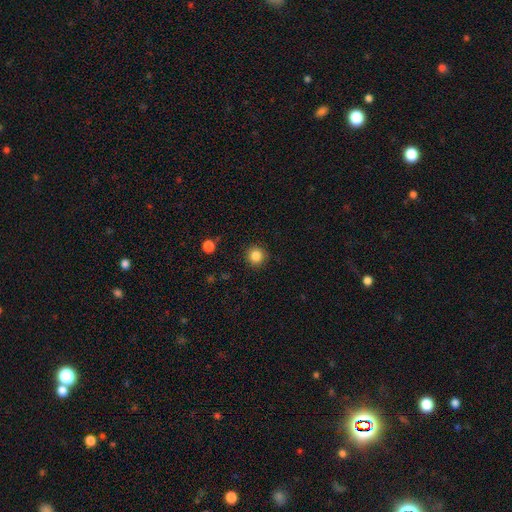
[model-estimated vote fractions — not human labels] smooth-or-featured: smooth: 85% | star or artifact: 11% | featured or disk: 4%
  how-rounded: round: 95% | in between: 5% | cigar-shaped: 1%
  merging: none: 91% | minor disturbance: 6% | major disturbance: 2% | merger: 1%